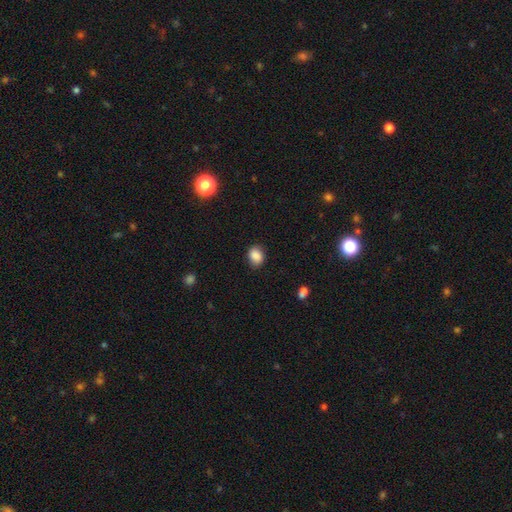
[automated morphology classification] type=smooth (87%); roundness=in between (58%); merging=none (82%).